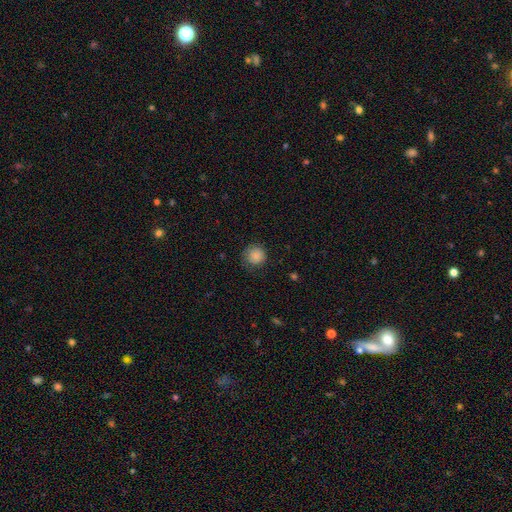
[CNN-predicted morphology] smooth 85%, star or artifact 9%, featured or disk 6%. Down the decision tree: how rounded — round (92%); merging — none (77%).